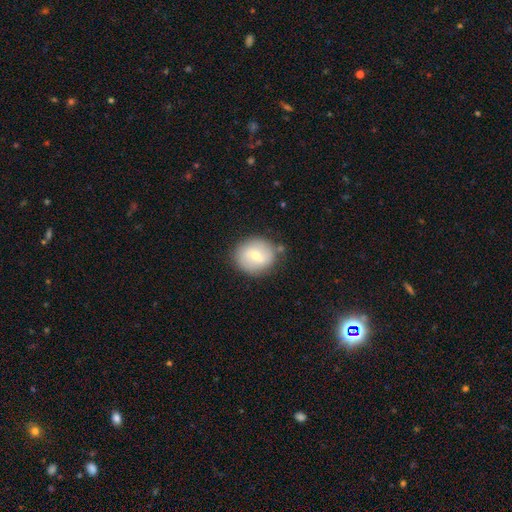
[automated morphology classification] Smooth or featured: smooth — 58% (featured or disk — 35%)
How rounded: round — 82% (in between — 17%)
Merging: none — 78% (minor disturbance — 14%)